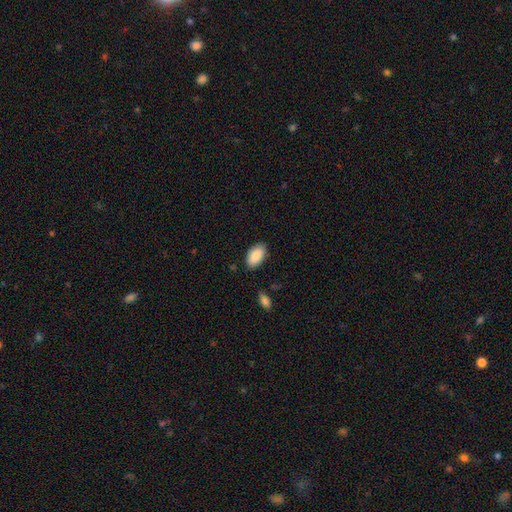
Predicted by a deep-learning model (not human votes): Q: Smooth or featured?
A: smooth (89%); runner-up: star or artifact (6%)
Q: How rounded?
A: in between (95%); runner-up: round (4%)
Q: Merging?
A: none (83%); runner-up: minor disturbance (13%)